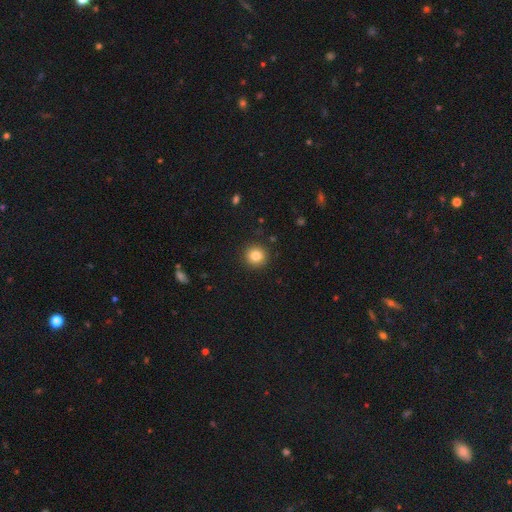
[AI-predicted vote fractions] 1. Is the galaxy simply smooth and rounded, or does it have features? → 83% smooth, 10% star or artifact, 6% featured or disk.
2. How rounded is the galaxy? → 94% round, 5% in between, 1% cigar-shaped.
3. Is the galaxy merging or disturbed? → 92% none, 5% minor disturbance, 2% major disturbance, 1% merger.